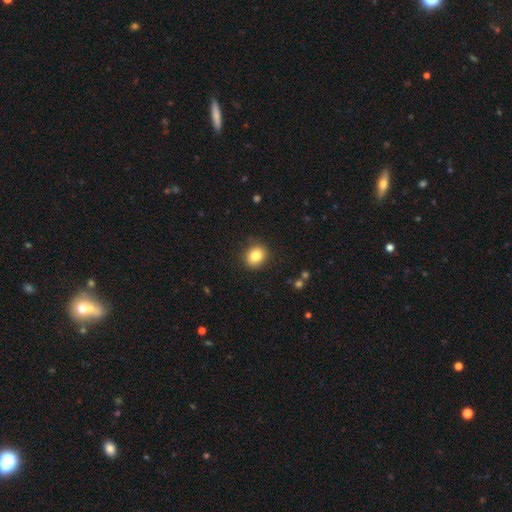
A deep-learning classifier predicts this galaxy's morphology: This appears to be a smooth galaxy with no disk features (84%) that is round (62%). Merging: none (88%).